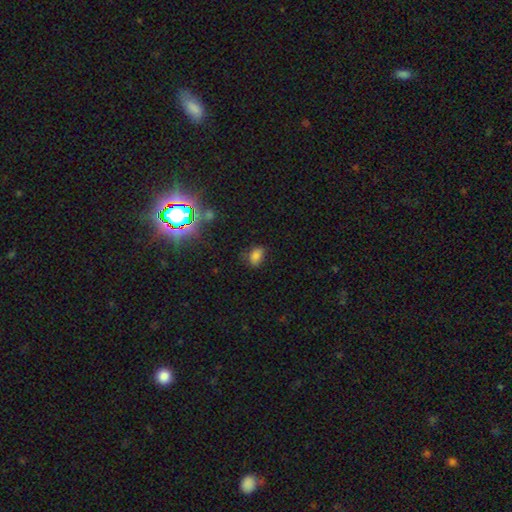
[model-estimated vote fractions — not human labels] smooth-or-featured: smooth: 78% | star or artifact: 16% | featured or disk: 6%
  how-rounded: in between: 80% | round: 19% | cigar-shaped: 2%
  merging: none: 69% | minor disturbance: 23% | major disturbance: 6% | merger: 2%